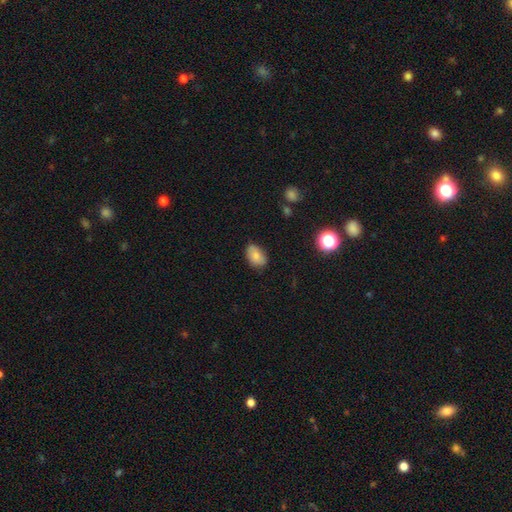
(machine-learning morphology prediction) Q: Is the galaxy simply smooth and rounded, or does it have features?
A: smooth — 82%.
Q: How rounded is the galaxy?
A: in between — 88%.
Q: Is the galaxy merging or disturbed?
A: none — 75%.